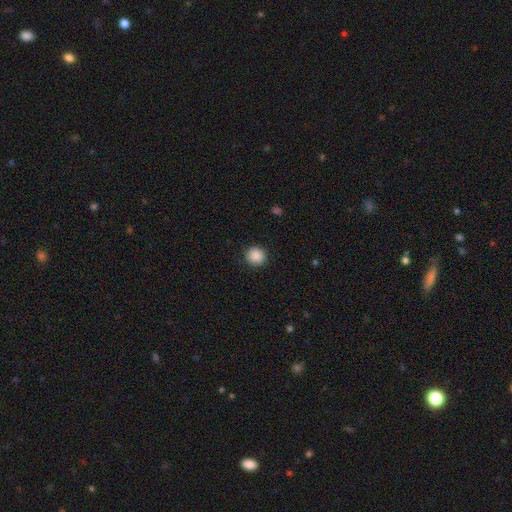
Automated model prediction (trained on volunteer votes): Smooth or featured? Predicted: smooth (p=0.88). How rounded? Predicted: round (p=0.91). Merging? Predicted: none (p=0.91).